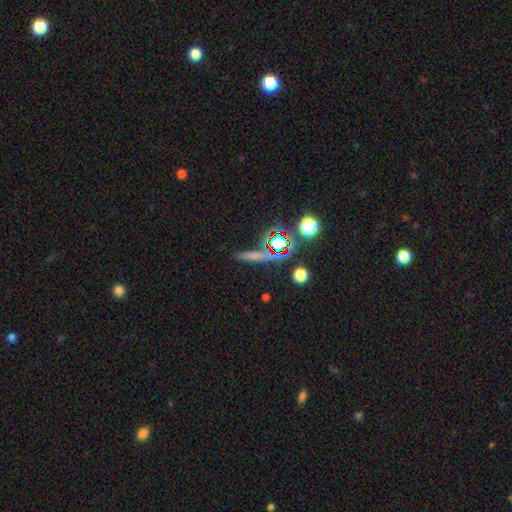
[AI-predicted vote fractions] Q: Smooth or featured?
A: smooth (50%); runner-up: star or artifact (28%)
Q: Merging?
A: none (75%); runner-up: minor disturbance (13%)